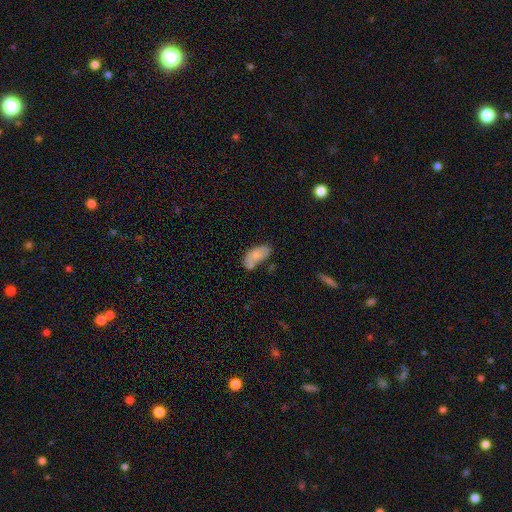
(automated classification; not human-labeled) This is likely a smooth galaxy (78%). How rounded: clearly in between (91%). Merging: possibly none (46%).